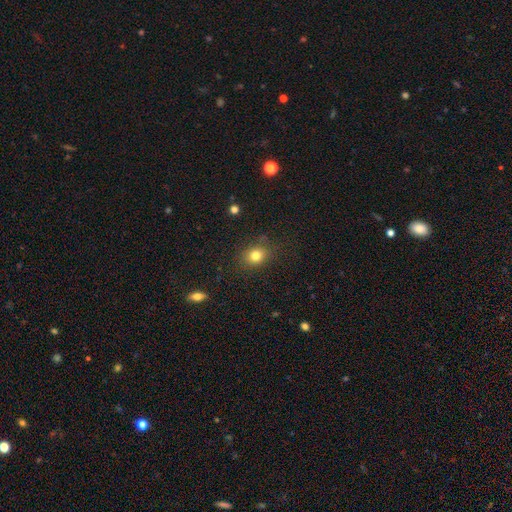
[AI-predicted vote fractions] Q: Smooth or featured?
A: smooth (80%); runner-up: star or artifact (13%)
Q: How rounded?
A: round (59%); runner-up: in between (40%)
Q: Merging?
A: none (82%); runner-up: minor disturbance (12%)